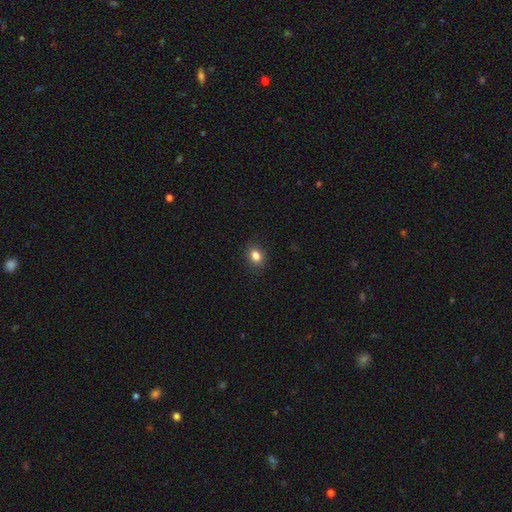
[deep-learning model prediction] Smooth or featured?
  - smooth: 84% *
  - star or artifact: 11%
  - featured or disk: 5%
How rounded?
  - in between: 51% *
  - round: 48%
  - cigar-shaped: 1%
Merging?
  - none: 89% *
  - minor disturbance: 8%
  - major disturbance: 2%
  - merger: 1%